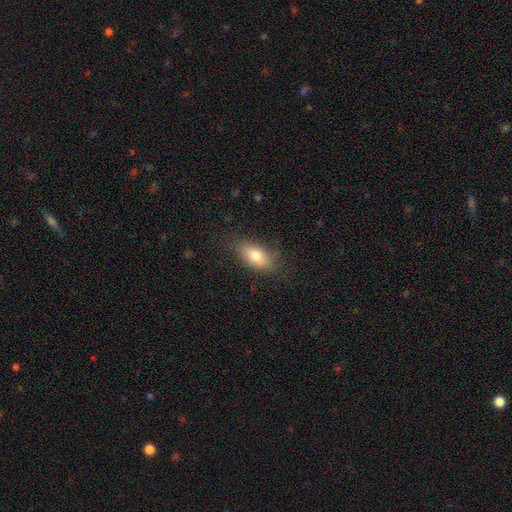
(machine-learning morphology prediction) Smooth or featured? smooth (78%)
How rounded? in between (88%)
Merging? none (79%)